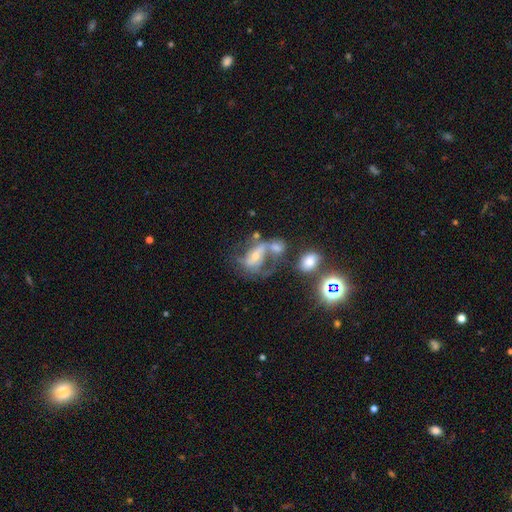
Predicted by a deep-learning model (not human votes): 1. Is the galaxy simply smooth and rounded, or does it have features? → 66% featured or disk, 18% smooth, 16% star or artifact.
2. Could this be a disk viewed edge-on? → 93% no, 7% yes.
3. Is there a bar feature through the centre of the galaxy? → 40% no, 32% weak, 28% strong.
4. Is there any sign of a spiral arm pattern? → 71% yes, 29% no.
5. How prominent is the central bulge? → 50% small, 42% moderate, 3% none, 3% large, 1% dominant.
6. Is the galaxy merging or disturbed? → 36% merger, 27% none, 23% major disturbance, 15% minor disturbance.